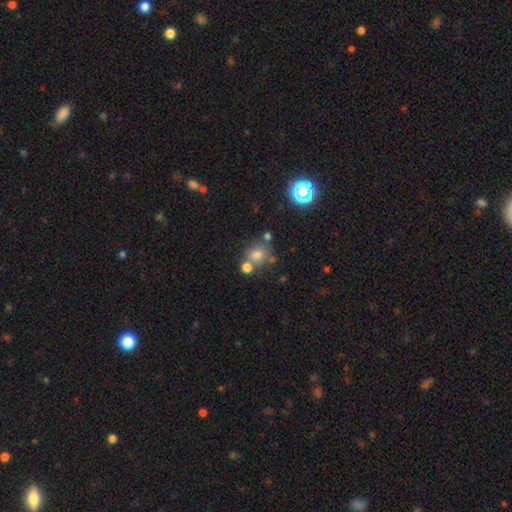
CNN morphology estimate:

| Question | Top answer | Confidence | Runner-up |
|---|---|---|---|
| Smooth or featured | smooth | 70% | star or artifact (19%) |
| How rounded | round | 80% | in between (19%) |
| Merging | none | 58% | merger (26%) |